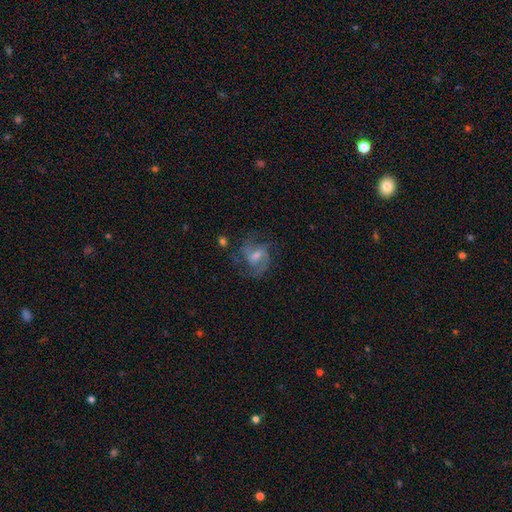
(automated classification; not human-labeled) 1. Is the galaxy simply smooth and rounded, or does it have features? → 78% featured or disk, 13% smooth, 9% star or artifact.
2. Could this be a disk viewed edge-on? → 97% no, 3% yes.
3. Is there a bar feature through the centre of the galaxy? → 51% weak, 33% no, 16% strong.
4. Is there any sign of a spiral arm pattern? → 94% yes, 6% no.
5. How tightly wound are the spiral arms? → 54% medium, 23% tight, 22% loose.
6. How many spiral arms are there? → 52% 2, 23% 3, 14% can't tell, 4% 4, 4% 1, 3% more than 4.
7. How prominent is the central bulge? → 46% moderate, 39% small, 8% none, 6% large, 1% dominant.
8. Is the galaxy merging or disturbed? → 66% none, 18% minor disturbance, 14% major disturbance, 2% merger.